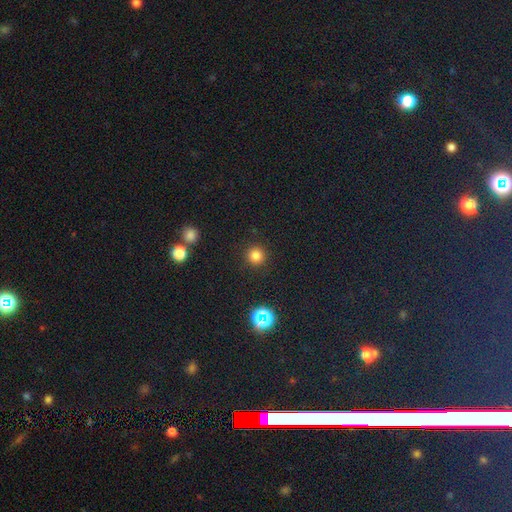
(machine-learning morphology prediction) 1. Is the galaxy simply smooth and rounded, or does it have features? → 78% smooth, 17% star or artifact, 5% featured or disk.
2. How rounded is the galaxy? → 96% round, 3% in between, 1% cigar-shaped.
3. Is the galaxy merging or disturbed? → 92% none, 5% minor disturbance, 2% major disturbance, 1% merger.